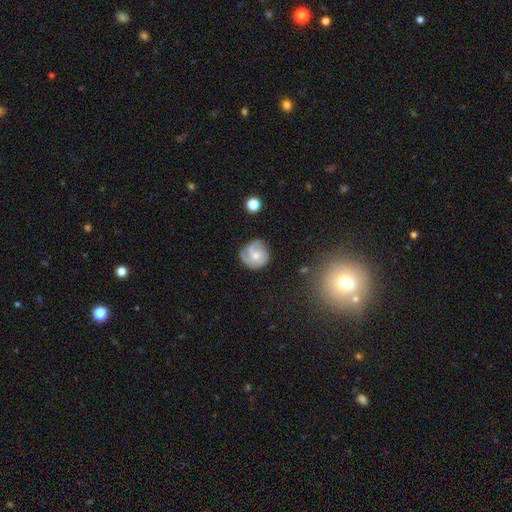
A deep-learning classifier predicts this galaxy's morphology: Q: Smooth or featured?
A: featured or disk (69%); runner-up: smooth (24%)
Q: Edge-on disk?
A: no (98%); runner-up: yes (2%)
Q: Bar?
A: no (74%); runner-up: weak (22%)
Q: Spiral arms?
A: yes (91%); runner-up: no (9%)
Q: Spiral winding?
A: tight (54%); runner-up: medium (35%)
Q: Spiral arm count?
A: 3 (39%); runner-up: 2 (27%)
Q: Bulge size?
A: small (54%); runner-up: moderate (41%)
Q: Merging?
A: none (67%); runner-up: minor disturbance (23%)